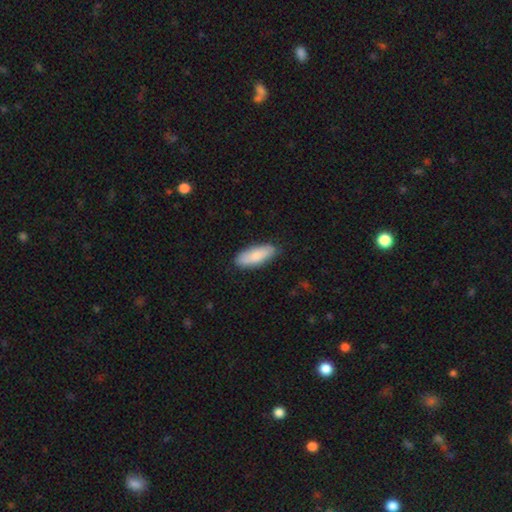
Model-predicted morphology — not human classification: This appears to be a smooth galaxy with no disk features (82%) that is in between round and cigar-shaped (72%). Merging: none (84%).